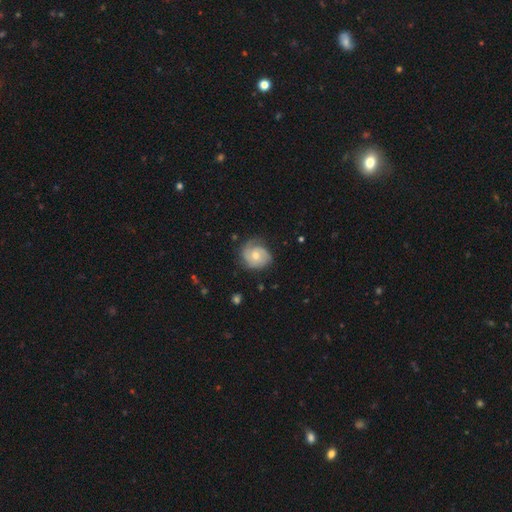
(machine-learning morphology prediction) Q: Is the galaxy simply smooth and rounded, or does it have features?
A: featured or disk — 70%.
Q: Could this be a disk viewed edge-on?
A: no — 98%.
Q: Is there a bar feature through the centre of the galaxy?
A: no — 73%.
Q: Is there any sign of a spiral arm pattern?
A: yes — 93%.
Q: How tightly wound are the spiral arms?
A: tight — 53%.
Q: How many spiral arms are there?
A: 2 — 41%.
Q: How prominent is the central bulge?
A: moderate — 62%.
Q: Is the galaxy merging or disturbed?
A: none — 68%.